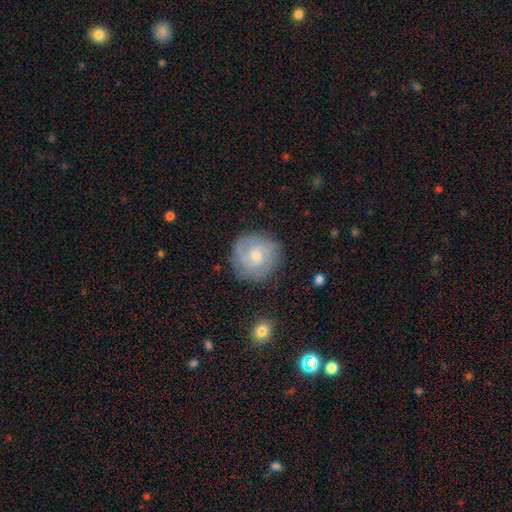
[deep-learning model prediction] featured or disk 60%, smooth 31%, star or artifact 8%. Down the decision tree: edge-on disk — no (97%); bar — no (72%); spiral arms — yes (86%); spiral arm count — can't tell (39%); spiral winding — tight (61%); bulge size — small (55%); merging — none (82%).